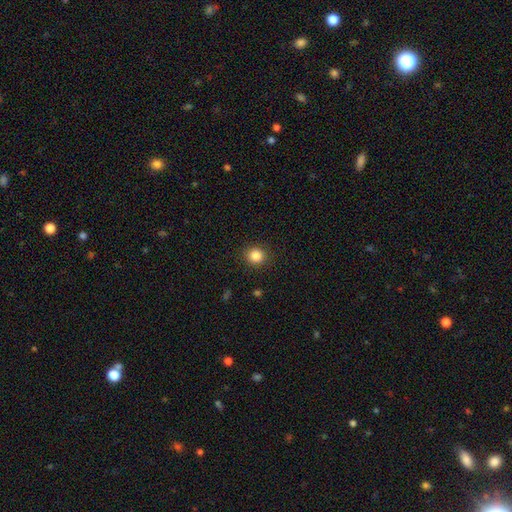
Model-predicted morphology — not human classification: A smooth galaxy with no disk features (85%) that is round (91%). Merging: none (91%).